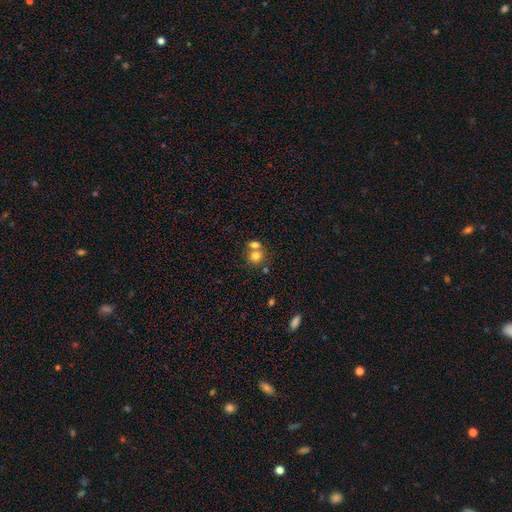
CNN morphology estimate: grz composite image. It shows a smooth galaxy with no disk features (77%) that is round (77%). Merging: merger (47%).